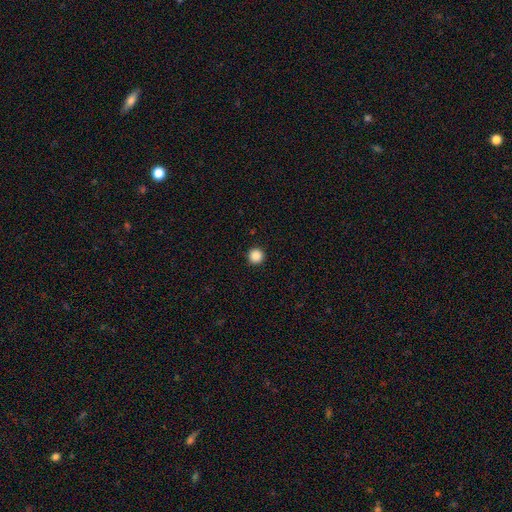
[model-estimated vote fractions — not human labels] Smooth or featured? smooth (88%)
How rounded? round (97%)
Merging? none (94%)